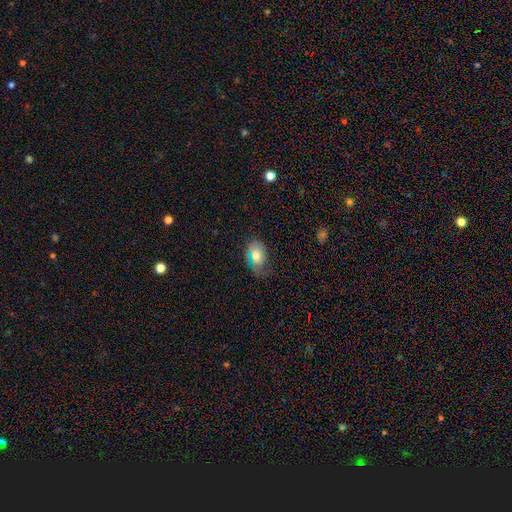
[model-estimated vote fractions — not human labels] Smooth or featured? Predicted: smooth (p=0.64). How rounded? Predicted: in between (p=0.79). Merging? Predicted: none (p=0.53).